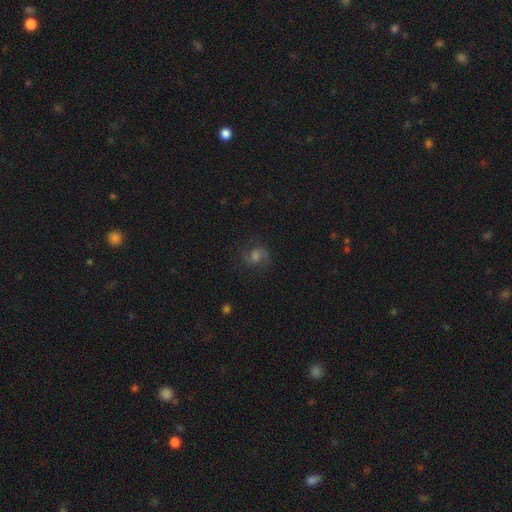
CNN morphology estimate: Q: Smooth or featured?
A: featured or disk (58%); runner-up: smooth (23%)
Q: Edge-on disk?
A: no (97%); runner-up: yes (3%)
Q: Bar?
A: no (45%); runner-up: weak (44%)
Q: Spiral arms?
A: yes (92%); runner-up: no (8%)
Q: Spiral winding?
A: medium (52%); runner-up: loose (31%)
Q: Spiral arm count?
A: 2 (85%); runner-up: can't tell (7%)
Q: Bulge size?
A: moderate (42%); runner-up: small (28%)
Q: Merging?
A: none (76%); runner-up: minor disturbance (15%)